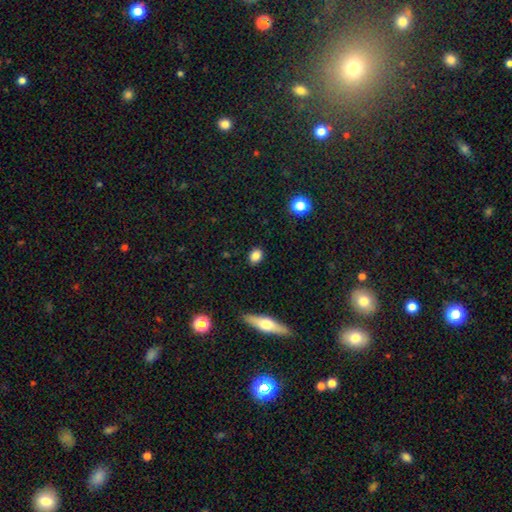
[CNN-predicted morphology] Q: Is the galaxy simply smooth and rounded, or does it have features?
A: smooth — 84%.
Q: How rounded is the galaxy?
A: in between — 57%.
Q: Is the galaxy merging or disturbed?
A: none — 88%.